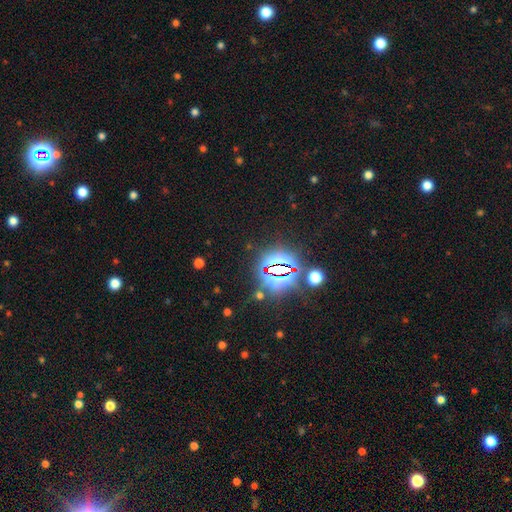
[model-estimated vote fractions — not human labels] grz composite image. It shows a star or artifact, not a galaxy (85%).